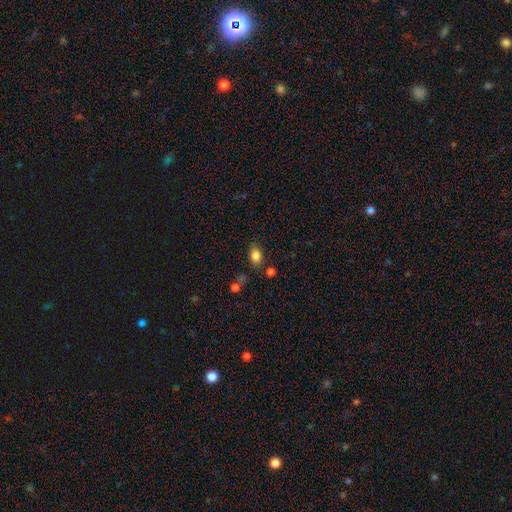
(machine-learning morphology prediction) type=smooth (84%); roundness=in between (74%); merging=none (74%).